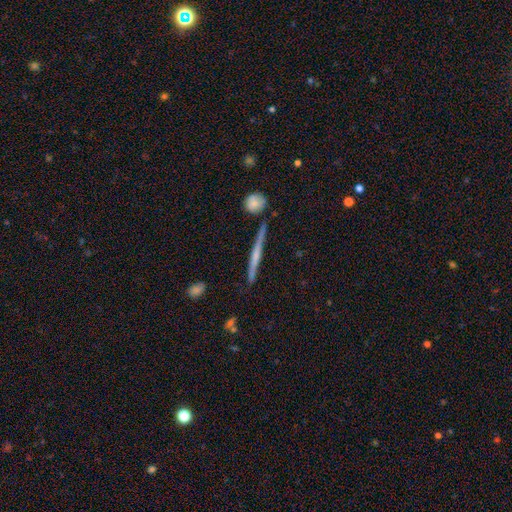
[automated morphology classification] smooth_or_featured: featured or disk (p=0.62) [alt: smooth p=0.32]
disk_edge_on: yes (p=0.97) [alt: no p=0.03]
edge_on_bulge: none (p=0.48) [alt: rounded p=0.42]
merging: none (p=0.86) [alt: minor disturbance p=0.09]